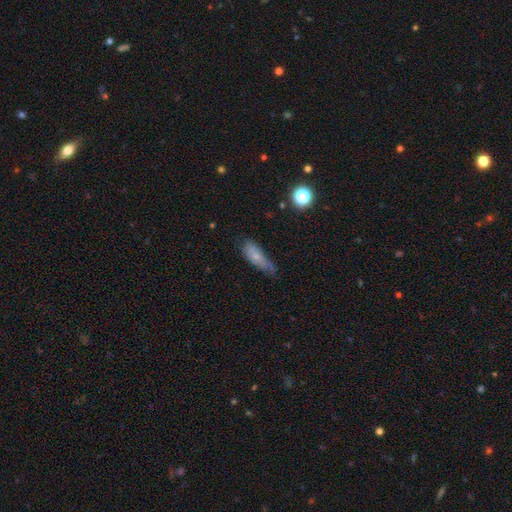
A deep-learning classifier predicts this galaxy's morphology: A smooth galaxy with no disk features (67%) that is in between round and cigar-shaped (62%). Merging: none (41%).